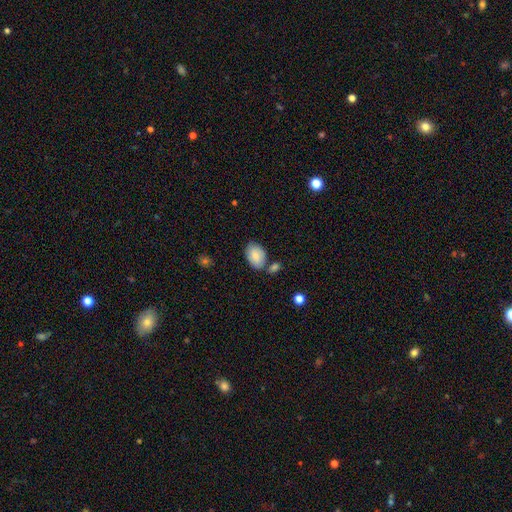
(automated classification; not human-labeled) The model was most divided on "merging": none: 64%, minor disturbance: 18%, merger: 13%, major disturbance: 4%. More confident: how rounded — in between (85%); smooth or featured — smooth (78%).